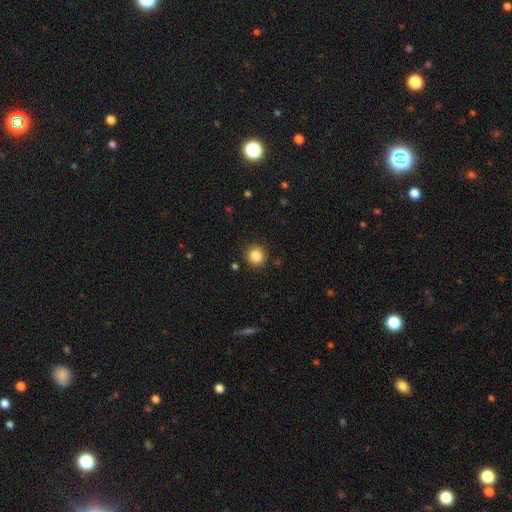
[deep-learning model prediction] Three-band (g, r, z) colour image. It shows a smooth galaxy with no disk features (86%) that is round (92%). Merging: none (90%).